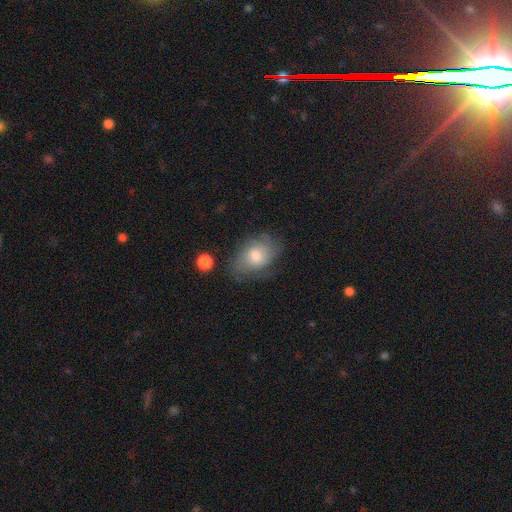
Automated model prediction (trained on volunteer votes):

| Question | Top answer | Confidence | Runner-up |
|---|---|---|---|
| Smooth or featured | smooth | 58% | featured or disk (33%) |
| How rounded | in between | 77% | round (22%) |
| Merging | none | 59% | minor disturbance (27%) |